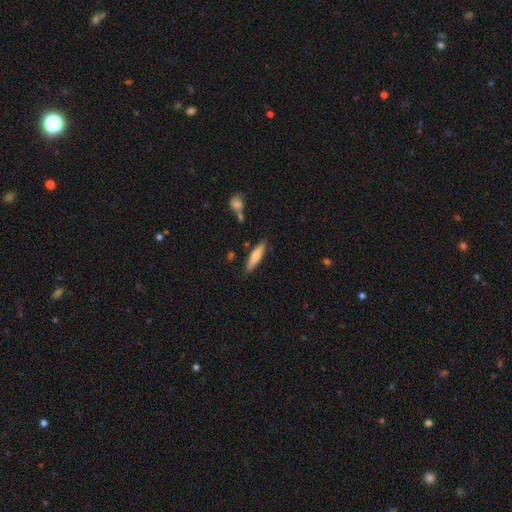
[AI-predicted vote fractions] smooth_or_featured: smooth (p=0.70) [alt: featured or disk p=0.24]
how_rounded: cigar-shaped (p=0.77) [alt: in between p=0.22]
merging: none (p=0.83) [alt: minor disturbance p=0.11]